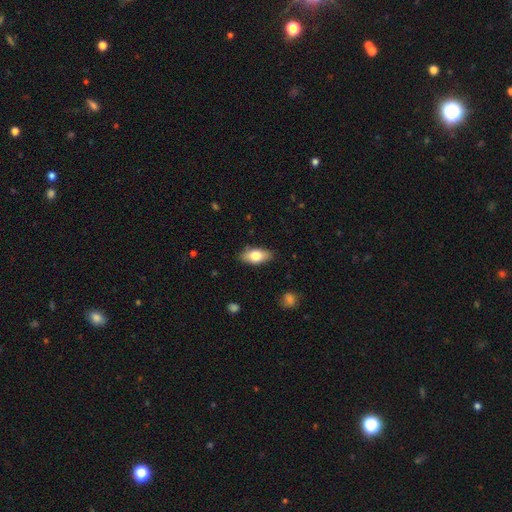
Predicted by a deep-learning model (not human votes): The model was most divided on "smooth or featured": smooth: 76%, featured or disk: 17%, star or artifact: 6%. More confident: how rounded — in between (89%); merging — none (86%).